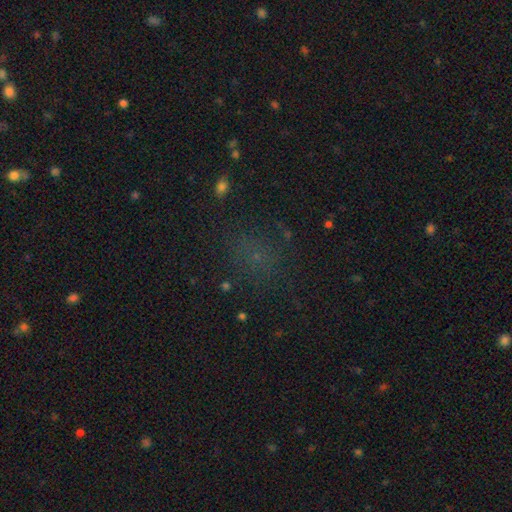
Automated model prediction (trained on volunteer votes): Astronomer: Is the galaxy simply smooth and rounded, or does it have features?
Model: smooth — 48% (runner-up: star or artifact, 42%).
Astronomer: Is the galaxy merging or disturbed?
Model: none — 75%.